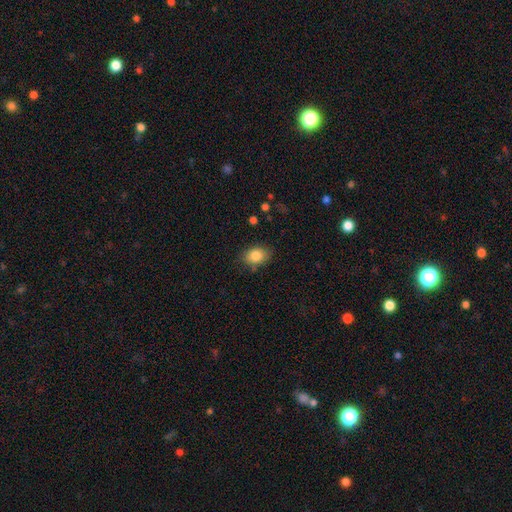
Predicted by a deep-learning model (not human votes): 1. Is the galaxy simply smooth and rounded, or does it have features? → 84% smooth, 8% star or artifact, 8% featured or disk.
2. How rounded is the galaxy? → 74% in between, 25% round, 1% cigar-shaped.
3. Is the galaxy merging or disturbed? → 80% none, 15% minor disturbance, 3% major disturbance, 2% merger.